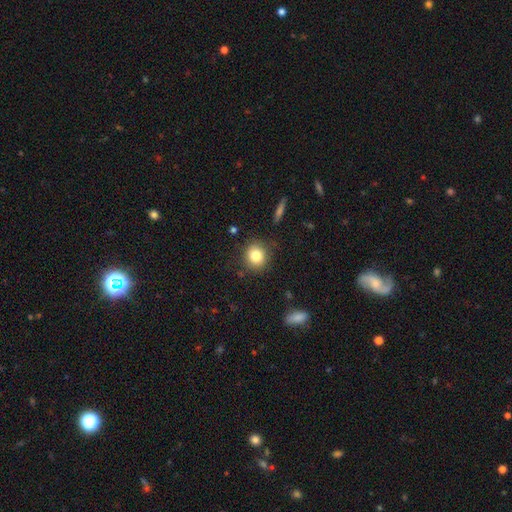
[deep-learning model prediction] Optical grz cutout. It shows a smooth galaxy with no disk features (82%) that is round (83%). Merging: none (86%).